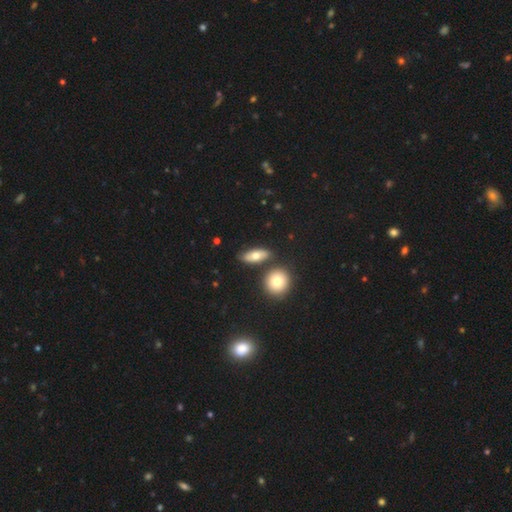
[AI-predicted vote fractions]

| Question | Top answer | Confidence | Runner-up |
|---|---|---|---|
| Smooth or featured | smooth | 68% | featured or disk (24%) |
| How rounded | in between | 74% | cigar-shaped (17%) |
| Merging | none | 76% | minor disturbance (11%) |